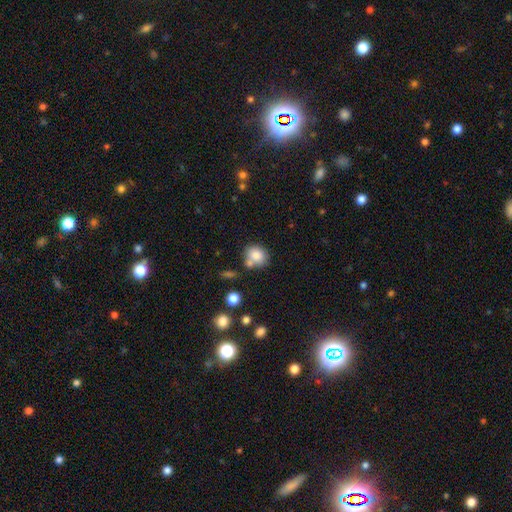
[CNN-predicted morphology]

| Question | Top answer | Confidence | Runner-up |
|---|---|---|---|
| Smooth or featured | smooth | 82% | star or artifact (9%) |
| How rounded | round | 65% | in between (34%) |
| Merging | none | 57% | merger (23%) |